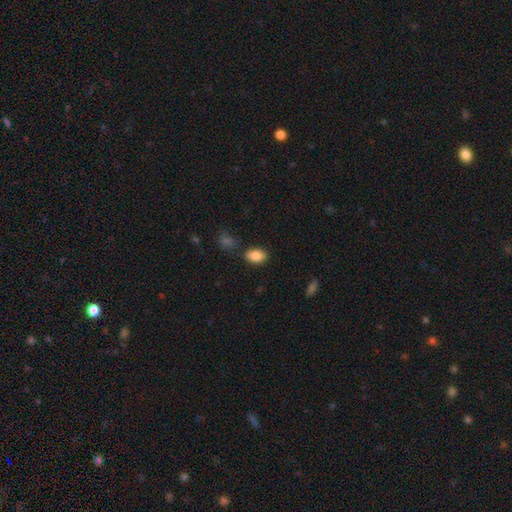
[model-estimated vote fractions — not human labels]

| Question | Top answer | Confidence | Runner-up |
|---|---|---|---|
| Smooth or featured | smooth | 86% | star or artifact (8%) |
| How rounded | in between | 90% | round (8%) |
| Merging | none | 82% | minor disturbance (11%) |